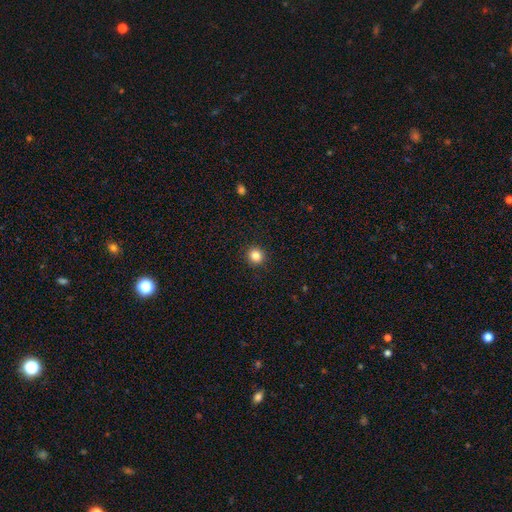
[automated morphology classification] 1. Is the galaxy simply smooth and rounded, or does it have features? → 84% smooth, 11% star or artifact, 5% featured or disk.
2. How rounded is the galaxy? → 92% round, 8% in between, 1% cigar-shaped.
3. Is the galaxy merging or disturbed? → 92% none, 5% minor disturbance, 2% major disturbance, 1% merger.